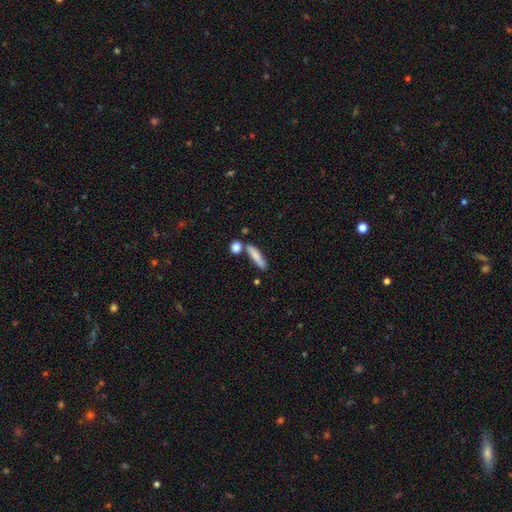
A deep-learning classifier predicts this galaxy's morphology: type=smooth (79%); roundness=cigar-shaped (78%); merging=none (65%).